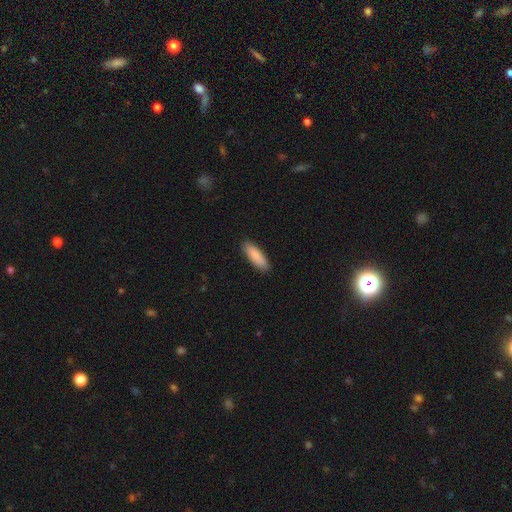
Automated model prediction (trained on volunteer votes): A smooth galaxy with no disk features (88%) that is in between round and cigar-shaped (52%).

Vote fractions:
- Smooth or featured? smooth: 88% / featured or disk: 6% / star or artifact: 5%
- How rounded? in between: 52% / cigar-shaped: 46% / round: 2%
- Merging? none: 89% / minor disturbance: 8% / major disturbance: 2% / merger: 1%